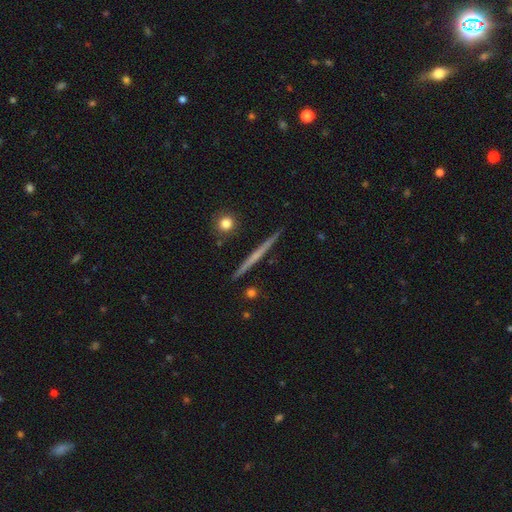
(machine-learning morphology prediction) smooth_or_featured: featured or disk (p=0.61) [alt: smooth p=0.33]
disk_edge_on: yes (p=0.98) [alt: no p=0.02]
edge_on_bulge: none (p=0.85) [alt: rounded p=0.12]
merging: none (p=0.92) [alt: minor disturbance p=0.06]